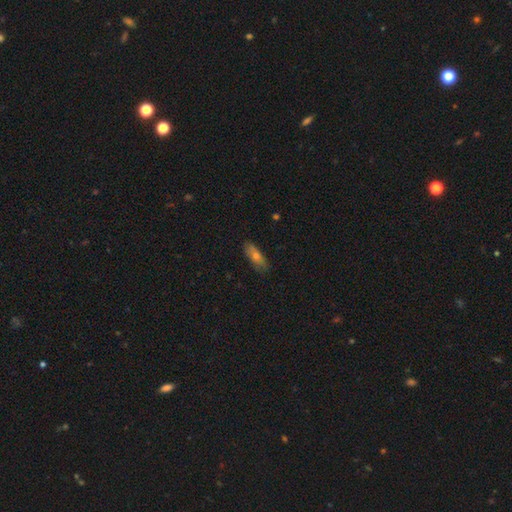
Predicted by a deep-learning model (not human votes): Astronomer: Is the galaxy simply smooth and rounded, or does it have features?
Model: smooth — 60%.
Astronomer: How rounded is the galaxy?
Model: in between — 53% (runner-up: cigar-shaped, 44%).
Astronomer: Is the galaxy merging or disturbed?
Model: none — 85%.